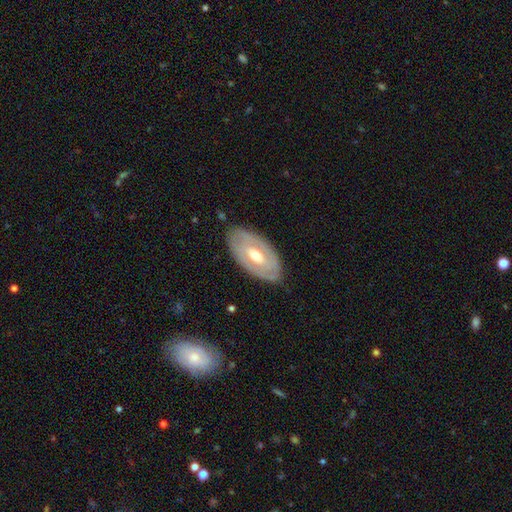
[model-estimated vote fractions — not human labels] Overall: featured or disk (69%). Edge-on disk: no (89%). Bar: no (44%; weak 39%). Spiral arms: yes (51%; no 49%). Bulge size: moderate (70%). Merging: none (82%).